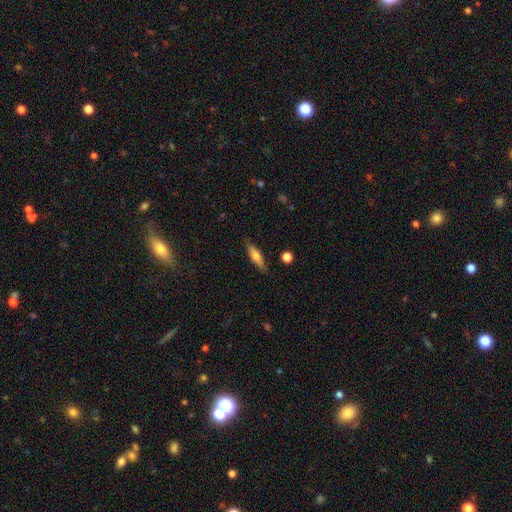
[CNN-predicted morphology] smooth-or-featured: smooth: 59% | featured or disk: 34% | star or artifact: 7%
  how-rounded: cigar-shaped: 61% | in between: 37% | round: 3%
  merging: none: 85% | minor disturbance: 11% | major disturbance: 2% | merger: 2%